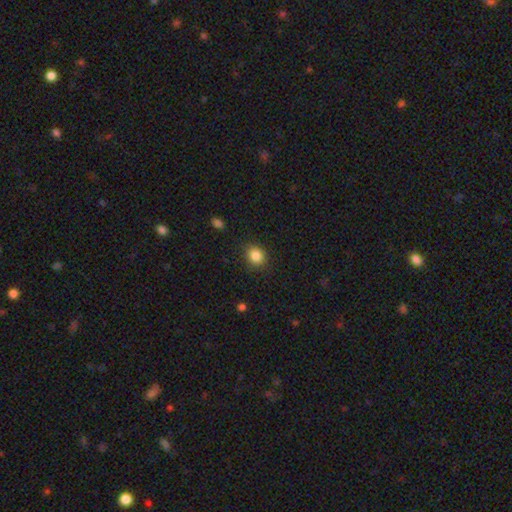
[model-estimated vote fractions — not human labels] Overall: smooth (85%). How rounded: round (70%). Merging: none (85%).